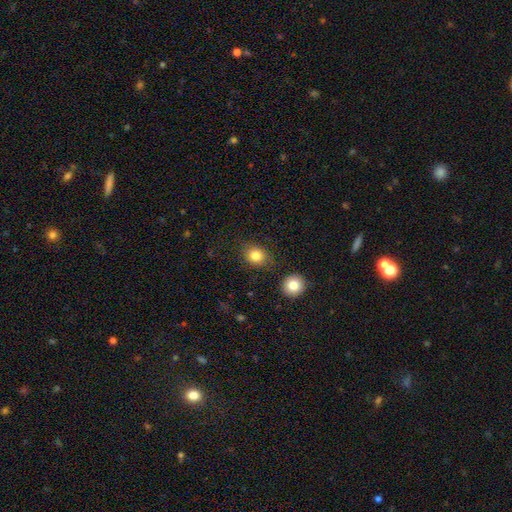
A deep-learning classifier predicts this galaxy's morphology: A smooth galaxy with no disk features (82%) that is round (66%). Merging: none (82%).